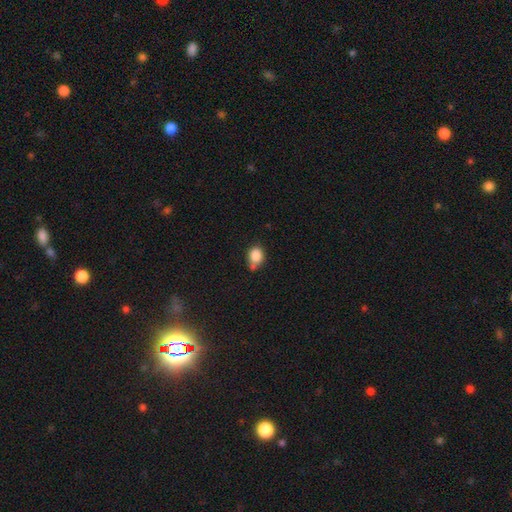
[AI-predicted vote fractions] A smooth galaxy with no disk features (85%) that is round (51%).

Vote fractions:
- Smooth or featured? smooth: 85% / star or artifact: 9% / featured or disk: 6%
- How rounded? round: 51% / in between: 48% / cigar-shaped: 1%
- Merging? none: 49% / minor disturbance: 28% / merger: 16% / major disturbance: 7%